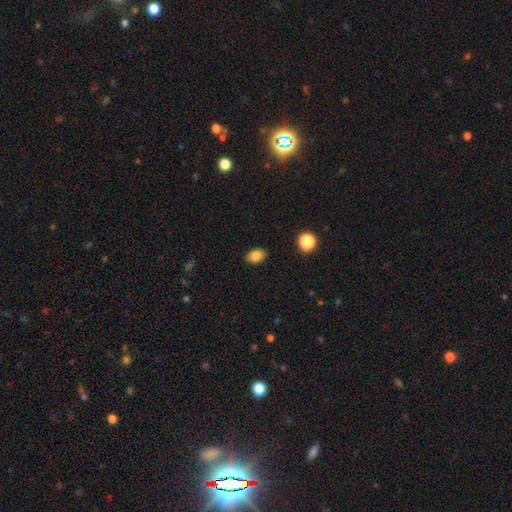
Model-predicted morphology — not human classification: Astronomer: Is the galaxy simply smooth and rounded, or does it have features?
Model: smooth — 84%.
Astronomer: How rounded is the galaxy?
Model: in between — 82%.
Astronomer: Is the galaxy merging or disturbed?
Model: none — 88%.